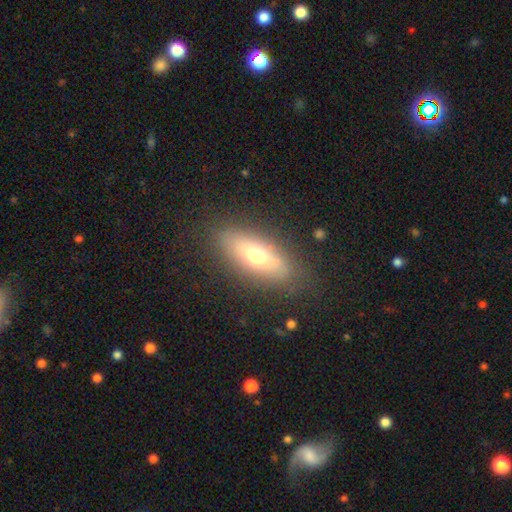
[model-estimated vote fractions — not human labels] Smooth or featured? smooth (61%)
How rounded? in between (70%)
Merging? none (79%)